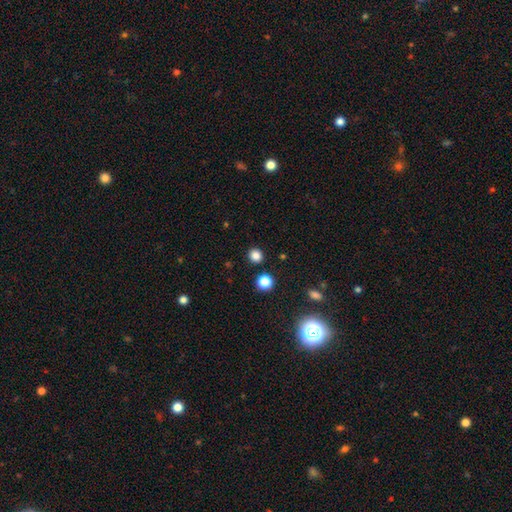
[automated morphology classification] Q: Smooth or featured?
A: smooth (83%); runner-up: star or artifact (14%)
Q: How rounded?
A: round (91%); runner-up: in between (8%)
Q: Merging?
A: none (91%); runner-up: minor disturbance (5%)